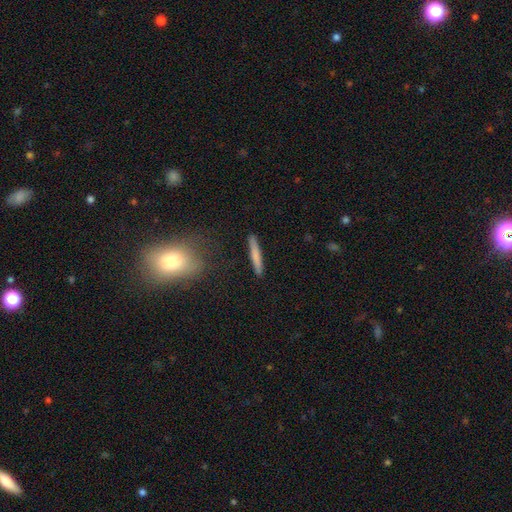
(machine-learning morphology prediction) A smooth galaxy with no disk features (72%) that is cigar-shaped (94%).

Vote fractions:
- Smooth or featured? smooth: 72% / featured or disk: 21% / star or artifact: 6%
- How rounded? cigar-shaped: 94% / in between: 4% / round: 2%
- Merging? none: 89% / minor disturbance: 8% / merger: 2% / major disturbance: 2%